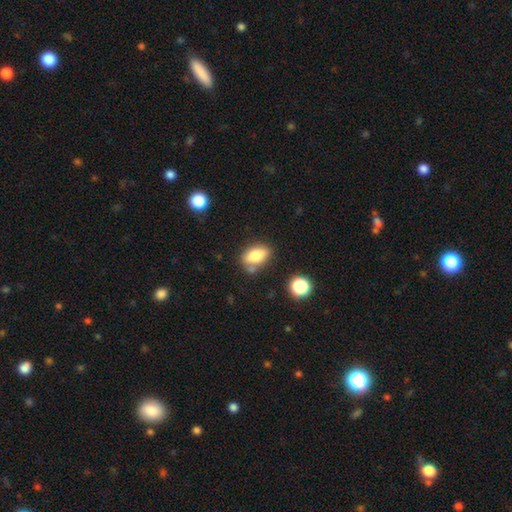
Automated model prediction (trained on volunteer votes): smooth-or-featured: smooth: 78% | featured or disk: 13% | star or artifact: 9%
  how-rounded: in between: 86% | round: 9% | cigar-shaped: 5%
  merging: none: 67% | minor disturbance: 18% | merger: 10% | major disturbance: 5%